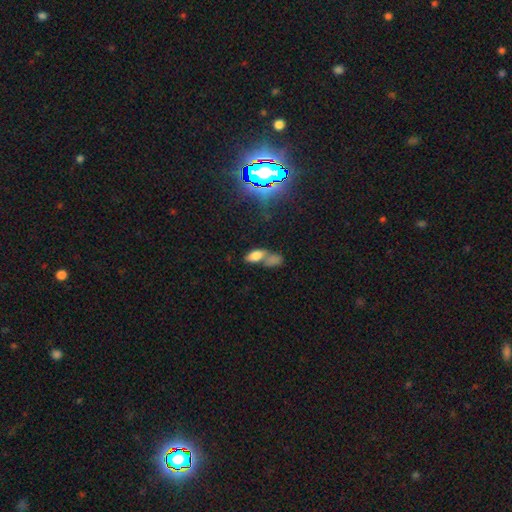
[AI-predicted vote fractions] Q: Smooth or featured?
A: smooth (72%); runner-up: star or artifact (14%)
Q: How rounded?
A: in between (87%); runner-up: cigar-shaped (8%)
Q: Merging?
A: merger (57%); runner-up: none (26%)